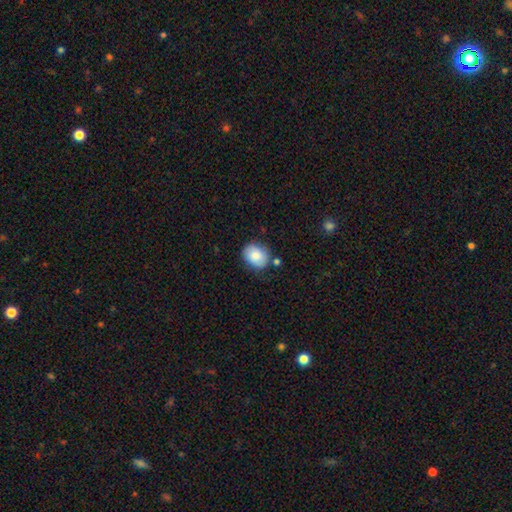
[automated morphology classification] A smooth galaxy with no disk features (81%) that is in between round and cigar-shaped (61%). Merging: none (75%).